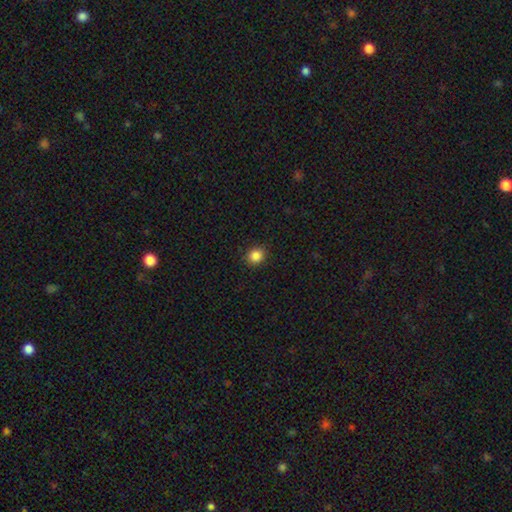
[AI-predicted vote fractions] Smooth or featured?
  - smooth: 86% *
  - star or artifact: 11%
  - featured or disk: 4%
How rounded?
  - round: 81% *
  - in between: 18%
  - cigar-shaped: 1%
Merging?
  - none: 90% *
  - minor disturbance: 7%
  - major disturbance: 2%
  - merger: 1%